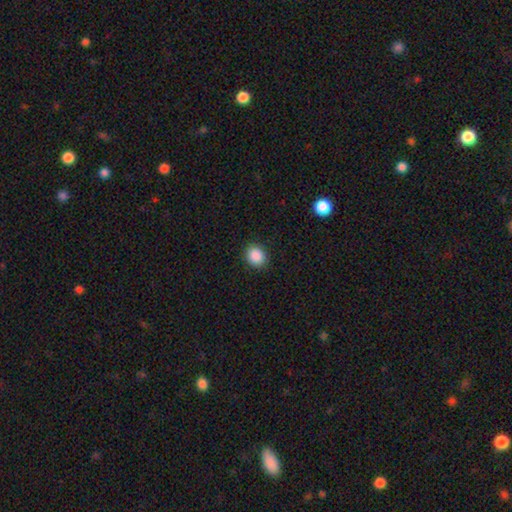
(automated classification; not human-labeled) smooth 89%, star or artifact 9%, featured or disk 3%. Down the decision tree: how rounded — round (68%); merging — none (90%).